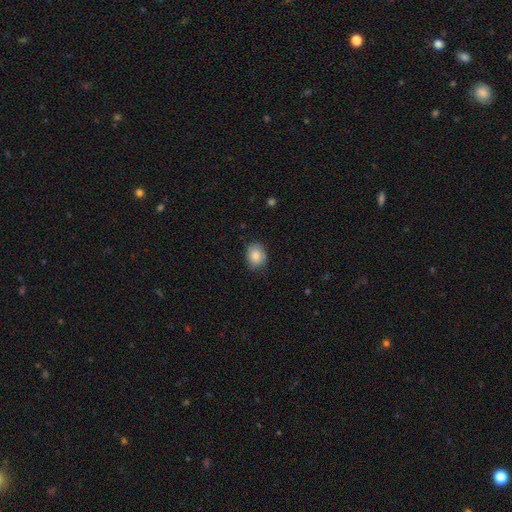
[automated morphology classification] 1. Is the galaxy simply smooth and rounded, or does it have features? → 82% smooth, 10% featured or disk, 8% star or artifact.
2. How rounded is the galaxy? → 53% round, 46% in between, 1% cigar-shaped.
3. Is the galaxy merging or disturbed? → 72% none, 23% minor disturbance, 4% major disturbance, 1% merger.